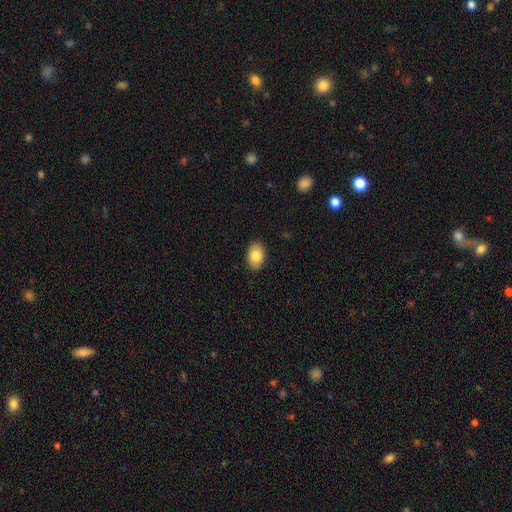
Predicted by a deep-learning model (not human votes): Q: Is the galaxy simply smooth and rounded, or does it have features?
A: smooth — 84%.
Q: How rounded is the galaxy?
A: in between — 85%.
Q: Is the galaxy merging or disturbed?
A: none — 90%.